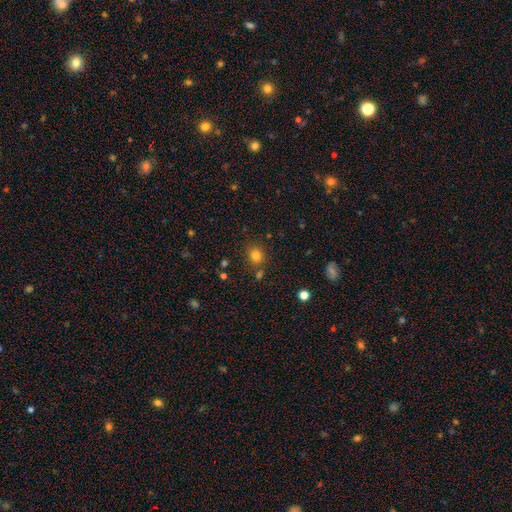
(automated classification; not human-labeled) This appears to be a smooth galaxy with no disk features (80%) that is round (79%). Merging: none (77%).